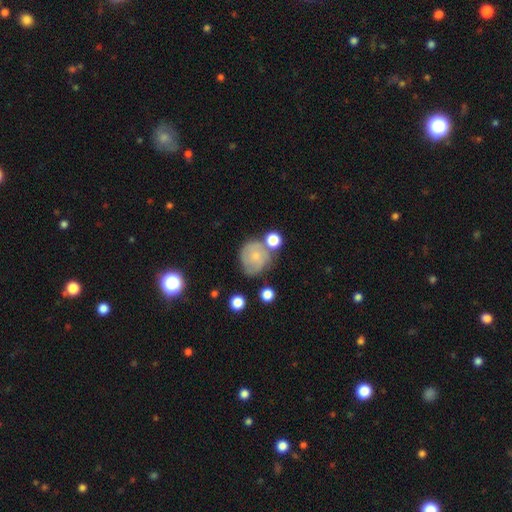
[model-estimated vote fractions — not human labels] Smooth or featured: smooth — 50% (featured or disk — 41%)
Merging: none — 52% (minor disturbance — 23%)